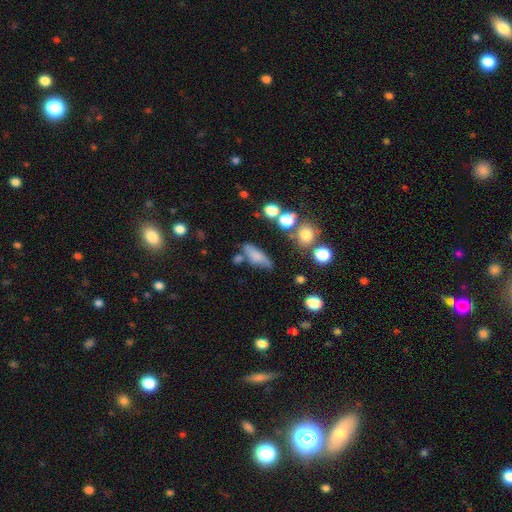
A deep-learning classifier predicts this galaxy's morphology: Q: Smooth or featured?
A: smooth (69%); runner-up: featured or disk (20%)
Q: How rounded?
A: in between (57%); runner-up: cigar-shaped (36%)
Q: Merging?
A: none (56%); runner-up: minor disturbance (23%)